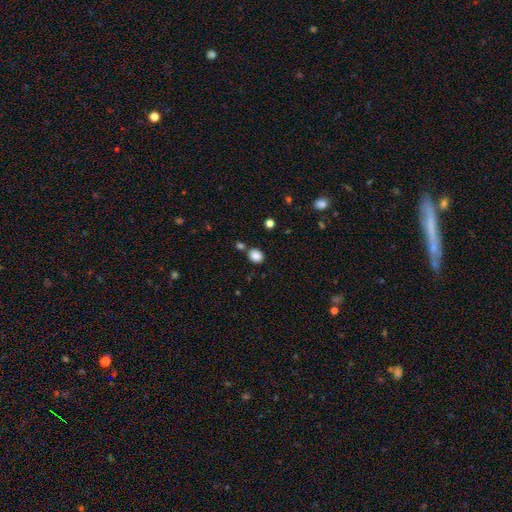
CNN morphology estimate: Q: Smooth or featured?
A: smooth (86%); runner-up: star or artifact (10%)
Q: How rounded?
A: round (54%); runner-up: in between (45%)
Q: Merging?
A: none (75%); runner-up: merger (11%)